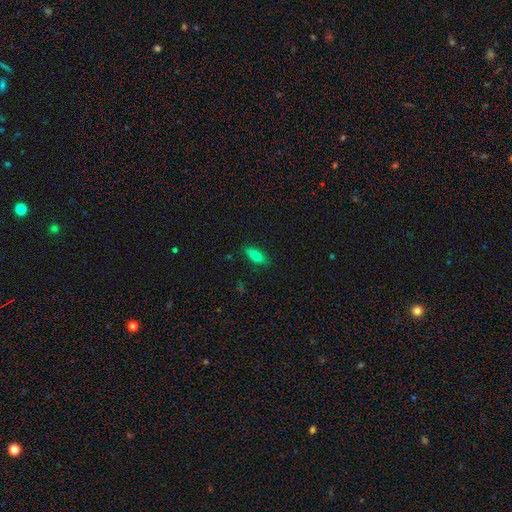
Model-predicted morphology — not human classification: Q: Smooth or featured?
A: smooth (75%); runner-up: featured or disk (16%)
Q: How rounded?
A: in between (70%); runner-up: cigar-shaped (27%)
Q: Merging?
A: none (85%); runner-up: minor disturbance (12%)